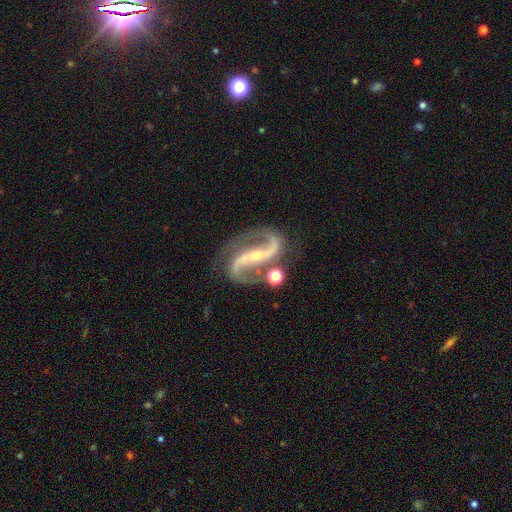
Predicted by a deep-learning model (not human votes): Morphology: type=featured or disk (93%); edge-on=no (97%); bar=strong (58%); spiral arms=yes (98%); winding=medium (44%, tied with loose); arm count=2 (94%); bulge=small (75%); merging=none (74%).